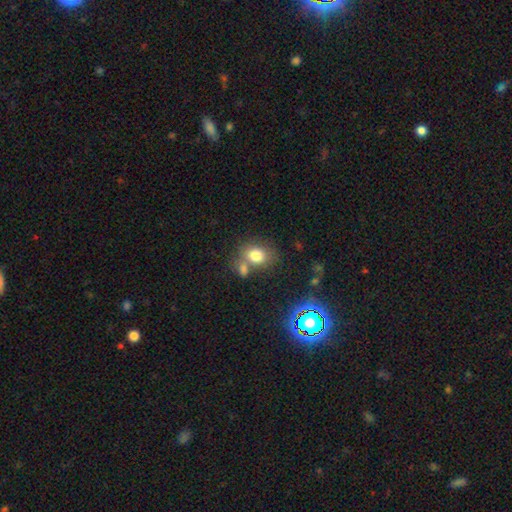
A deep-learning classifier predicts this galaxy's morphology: Q: Smooth or featured?
A: smooth (78%); runner-up: star or artifact (11%)
Q: How rounded?
A: in between (53%); runner-up: round (46%)
Q: Merging?
A: none (50%); runner-up: merger (31%)